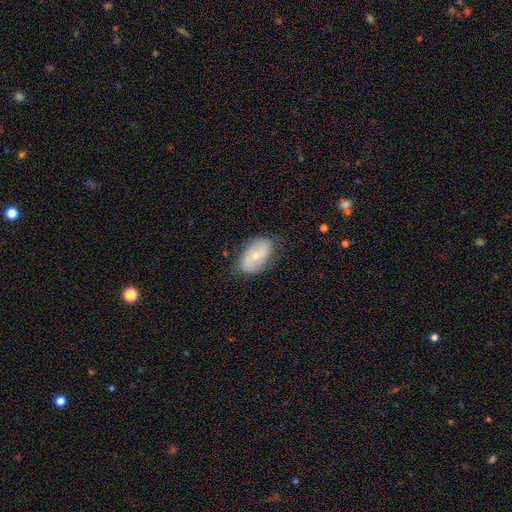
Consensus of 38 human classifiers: Overall: smooth (53%; featured or disk 39%). How rounded: in between (90%). Merging: none (80%).